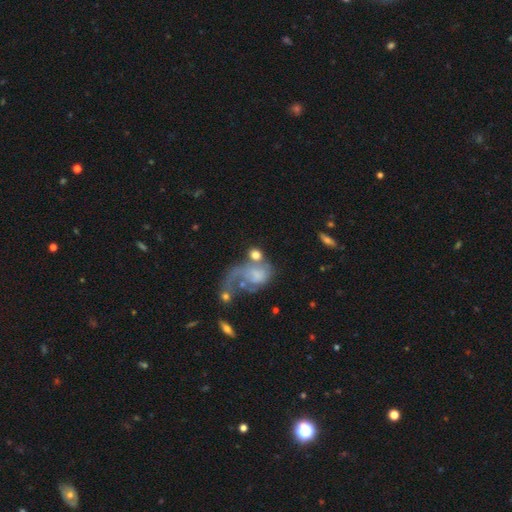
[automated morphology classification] This is possibly a smooth galaxy (49%). Merging: marginally merger (33%, tied with major disturbance).